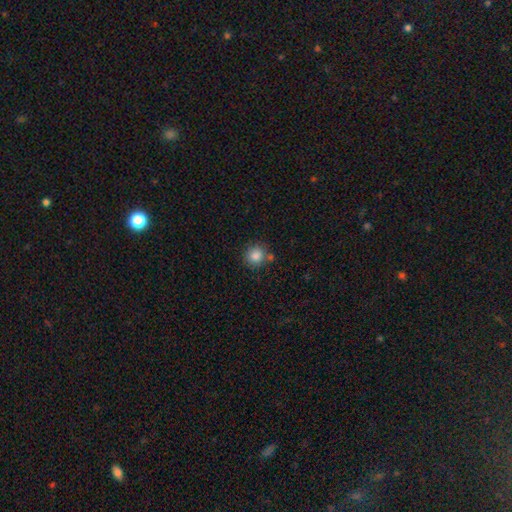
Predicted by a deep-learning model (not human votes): smooth-or-featured: smooth: 85% | star or artifact: 10% | featured or disk: 5%
  how-rounded: round: 88% | in between: 11% | cigar-shaped: 1%
  merging: none: 76% | minor disturbance: 12% | merger: 9% | major disturbance: 3%